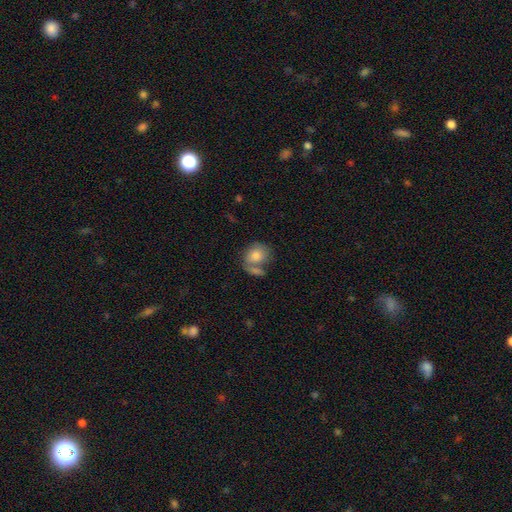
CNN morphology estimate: A smooth galaxy with no disk features (74%) that is round (50%). Merging: merger (38%).